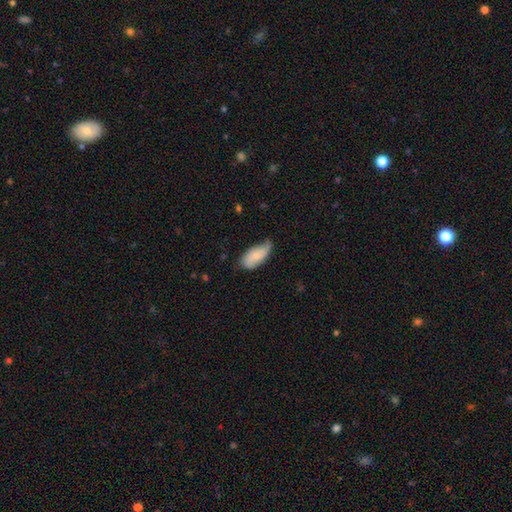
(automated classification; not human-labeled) smooth-or-featured: smooth: 68% | featured or disk: 26% | star or artifact: 6%
  how-rounded: in between: 91% | cigar-shaped: 6% | round: 3%
  merging: none: 44% | minor disturbance: 42% | major disturbance: 12% | merger: 2%